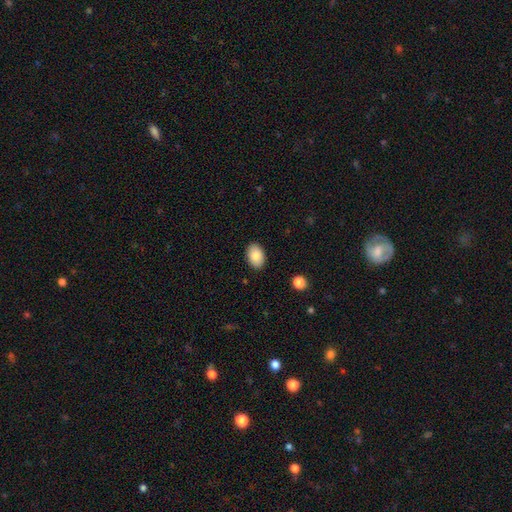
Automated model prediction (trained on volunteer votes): This appears to be a smooth galaxy with no disk features (87%) that is in between round and cigar-shaped (88%). Merging: none (89%).